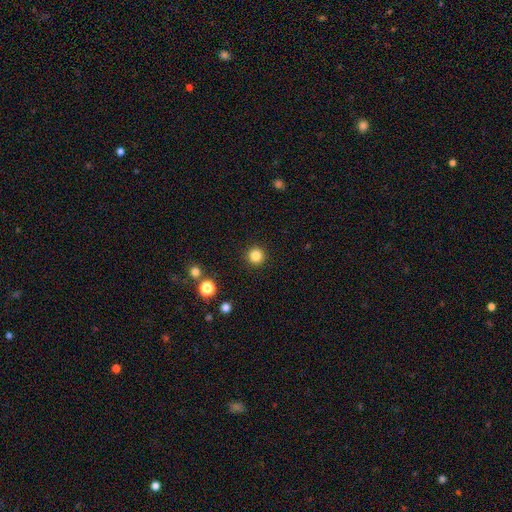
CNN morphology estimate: smooth_or_featured: smooth (p=0.84) [alt: star or artifact p=0.12]
how_rounded: round (p=0.96) [alt: in between p=0.03]
merging: none (p=0.93) [alt: minor disturbance p=0.04]